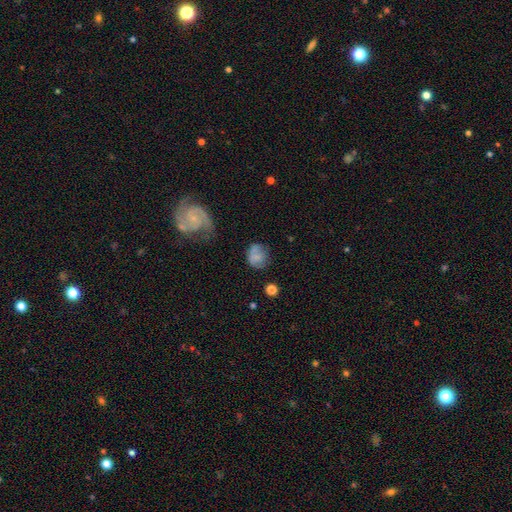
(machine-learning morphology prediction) smooth_or_featured: smooth (p=0.58) [alt: featured or disk p=0.31]
how_rounded: round (p=0.59) [alt: in between p=0.40]
merging: none (p=0.53) [alt: minor disturbance p=0.27]